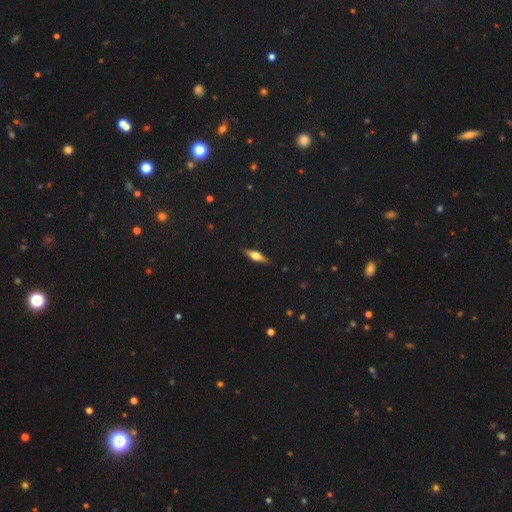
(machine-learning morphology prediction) A featured or disk galaxy (54%) viewed edge-on (94%) with a rounded central bulge (91%).

Vote fractions:
- Smooth or featured? featured or disk: 54% / smooth: 39% / star or artifact: 8%
- Edge-on disk? yes: 94% / no: 6%
- Edge-on bulge? rounded: 91% / boxy: 6% / none: 3%
- Merging? none: 88% / minor disturbance: 9% / major disturbance: 2% / merger: 1%